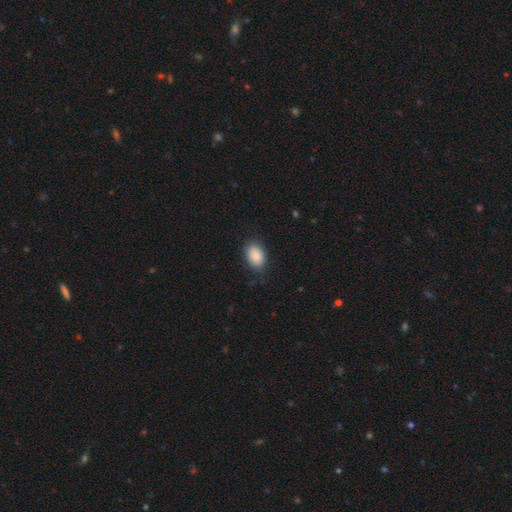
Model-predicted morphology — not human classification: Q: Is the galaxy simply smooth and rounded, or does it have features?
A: smooth — 88%.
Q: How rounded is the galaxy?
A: in between — 89%.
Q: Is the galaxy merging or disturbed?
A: none — 81%.